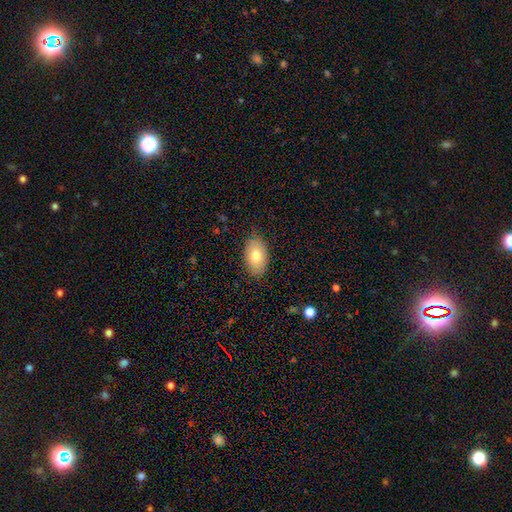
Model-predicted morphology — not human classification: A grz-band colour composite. It shows a smooth galaxy with no disk features (77%) that is in between round and cigar-shaped (92%). Merging: none (81%).